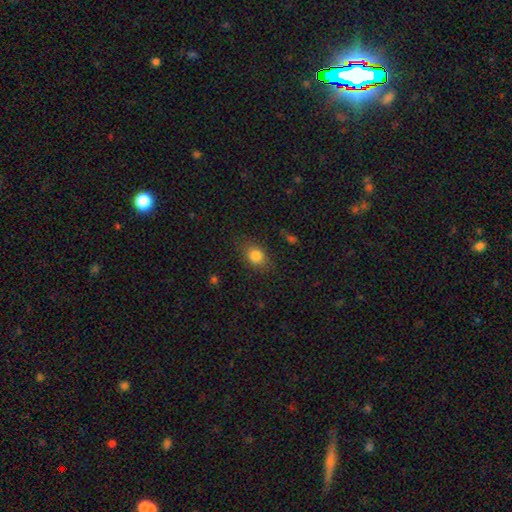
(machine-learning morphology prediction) Overall: smooth (82%). How rounded: in between (58%; round 40%). Merging: none (80%).